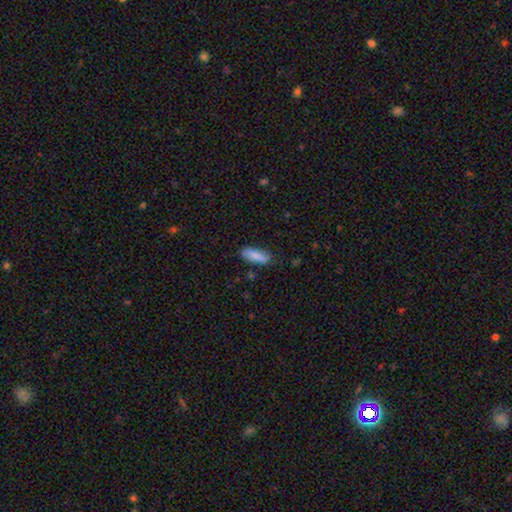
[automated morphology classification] Smooth or featured? Predicted: smooth (p=0.82). How rounded? Predicted: in between (p=0.64). Merging? Predicted: none (p=0.78).